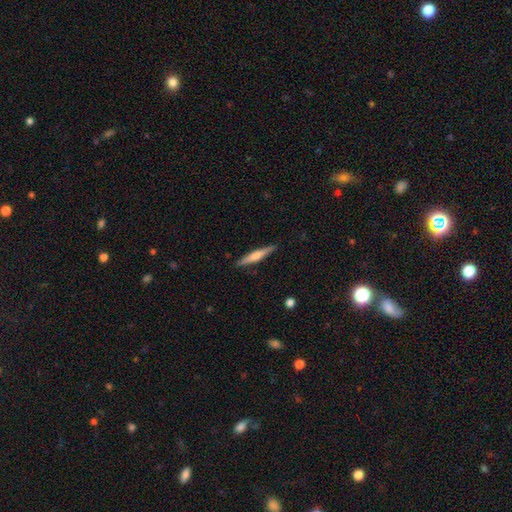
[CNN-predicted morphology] A smooth galaxy with no disk features (48%).

Vote fractions:
- Smooth or featured? smooth: 48% / featured or disk: 47% / star or artifact: 5%
- Merging? none: 90% / minor disturbance: 8% / major disturbance: 2% / merger: 1%